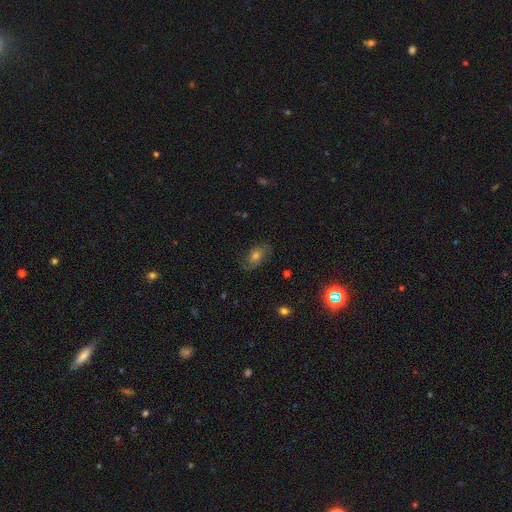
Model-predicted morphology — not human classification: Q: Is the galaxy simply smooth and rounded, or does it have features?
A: featured or disk — 54%.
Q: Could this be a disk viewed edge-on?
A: no — 93%.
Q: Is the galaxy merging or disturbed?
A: none — 76%.